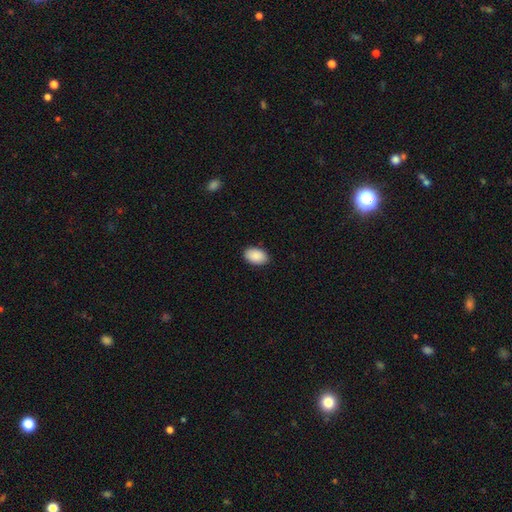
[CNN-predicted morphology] This is clearly a smooth galaxy (90%). How rounded: clearly in between (91%). Merging: clearly none (89%).